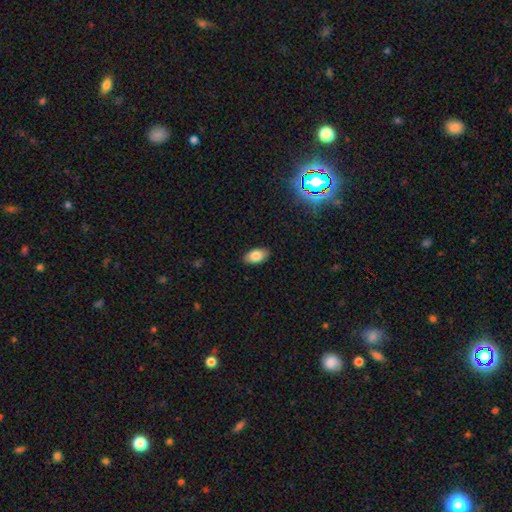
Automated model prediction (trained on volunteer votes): The model was most divided on "smooth or featured": smooth: 84%, featured or disk: 8%, star or artifact: 8%. More confident: how rounded — in between (94%); merging — none (88%).